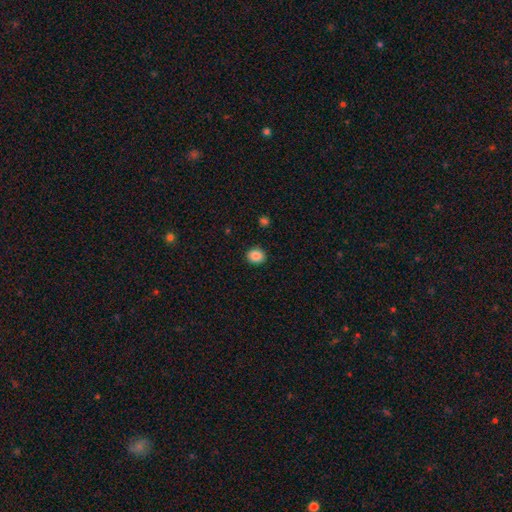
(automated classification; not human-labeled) A smooth galaxy with no disk features (87%) that is round (72%).

Vote fractions:
- Smooth or featured? smooth: 87% / star or artifact: 9% / featured or disk: 4%
- How rounded? round: 72% / in between: 27% / cigar-shaped: 1%
- Merging? none: 91% / minor disturbance: 6% / major disturbance: 2% / merger: 1%